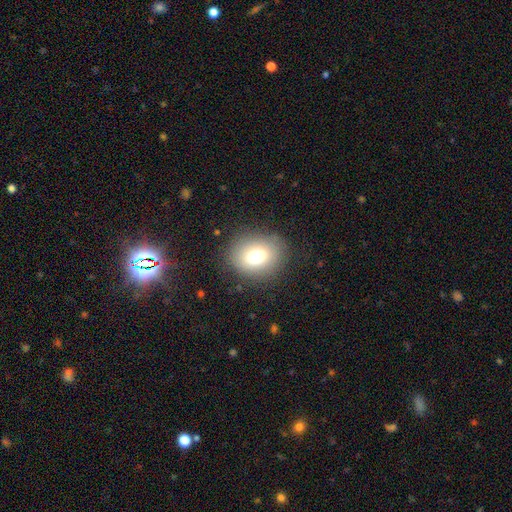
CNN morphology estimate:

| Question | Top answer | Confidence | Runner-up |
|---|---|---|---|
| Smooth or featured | smooth | 74% | featured or disk (14%) |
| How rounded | round | 50% | in between (49%) |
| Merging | none | 83% | minor disturbance (11%) |